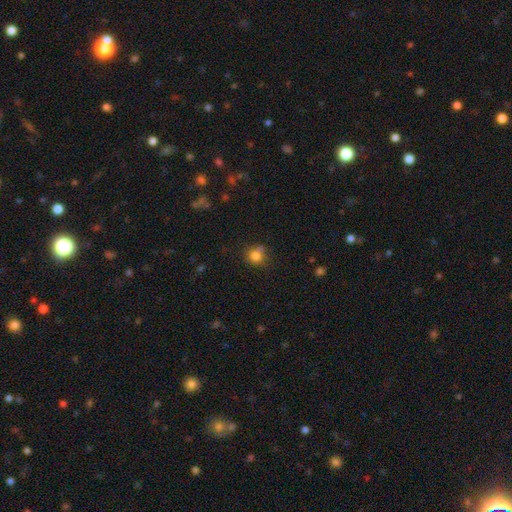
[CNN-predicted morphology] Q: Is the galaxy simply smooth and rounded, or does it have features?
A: smooth — 81%.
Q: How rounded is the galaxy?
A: round — 81%.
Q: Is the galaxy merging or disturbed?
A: none — 61%.